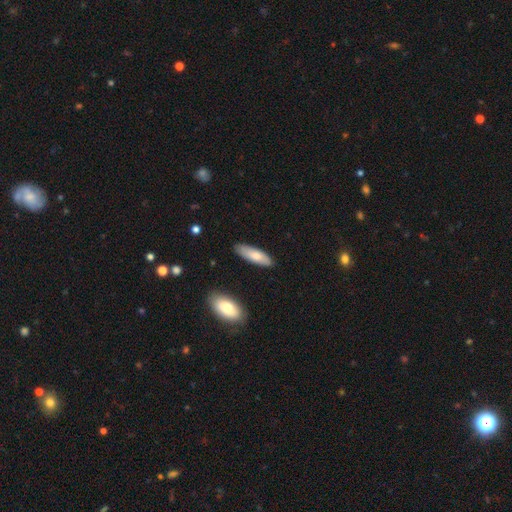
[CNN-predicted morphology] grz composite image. It shows a smooth galaxy with no disk features (72%) that is in between round and cigar-shaped (53%). Merging: none (85%).